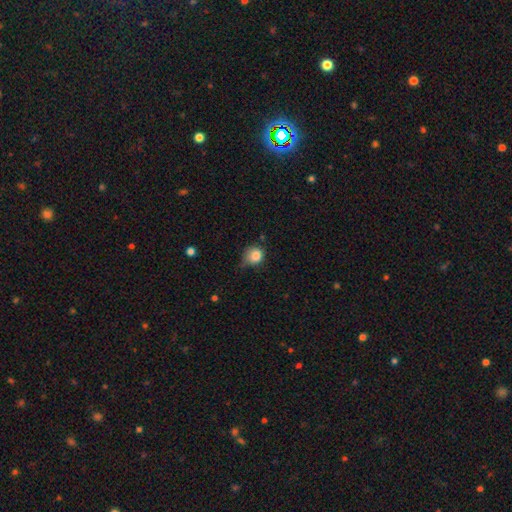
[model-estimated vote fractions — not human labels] This is clearly a smooth galaxy (83%). How rounded: clearly round (80%). Merging: possibly none (47%).